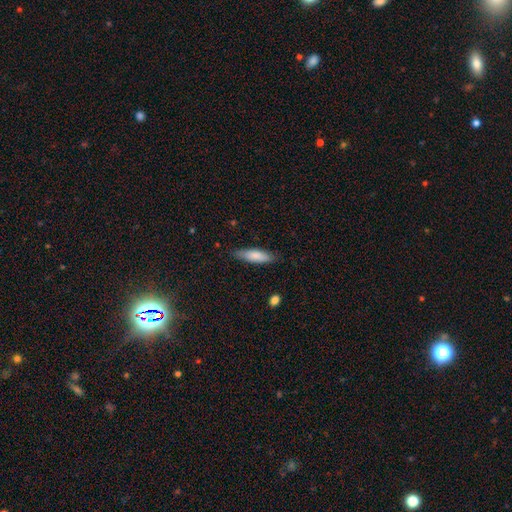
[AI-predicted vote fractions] A smooth galaxy with no disk features (79%) that is cigar-shaped (61%). Merging: none (82%).